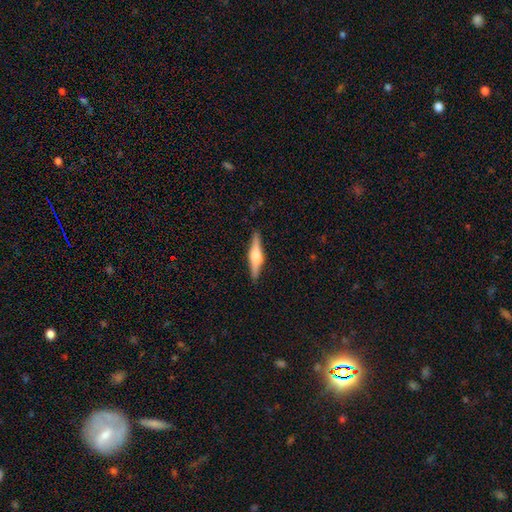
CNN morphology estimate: Overall: featured or disk (65%; smooth 29%). Edge-on disk: yes (97%). Edge-on bulge: rounded (81%). Merging: none (90%).